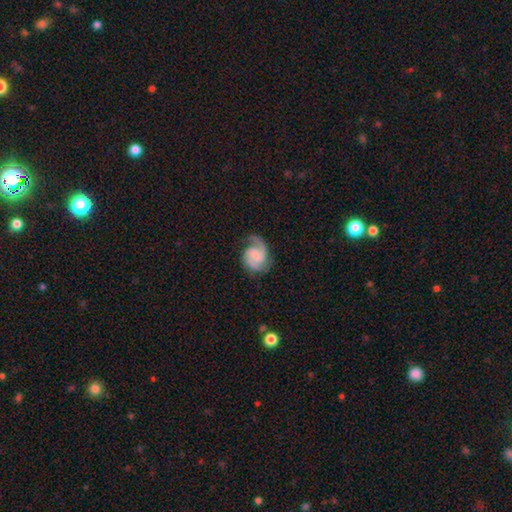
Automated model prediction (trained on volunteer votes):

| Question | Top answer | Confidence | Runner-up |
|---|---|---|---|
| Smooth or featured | featured or disk | 85% | smooth (10%) |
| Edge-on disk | no | 98% | yes (2%) |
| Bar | no | 53% | weak (38%) |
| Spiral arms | yes | 98% | no (2%) |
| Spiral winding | medium | 51% | tight (32%) |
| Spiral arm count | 2 | 81% | 1 (10%) |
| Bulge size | none | 46% | small (29%) |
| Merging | none | 71% | minor disturbance (18%) |